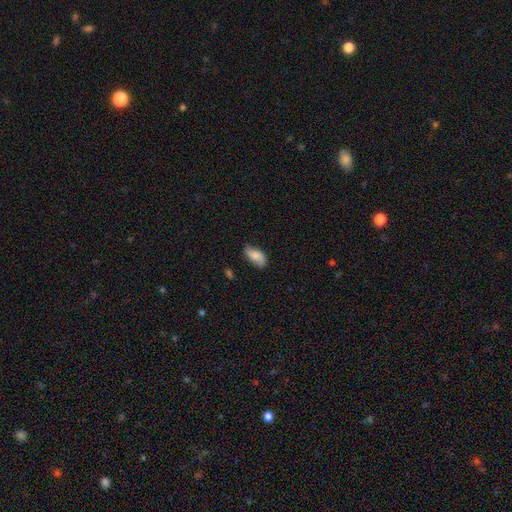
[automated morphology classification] type=smooth (74%); roundness=in between (93%); merging=none (65%).